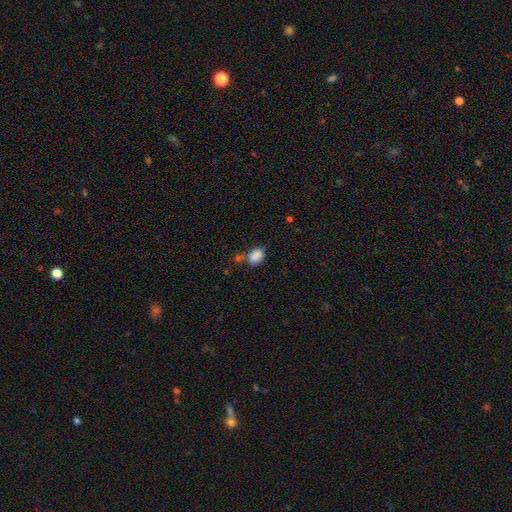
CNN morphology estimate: Smooth or featured? smooth (85%)
How rounded? in between (78%)
Merging? none (53%)